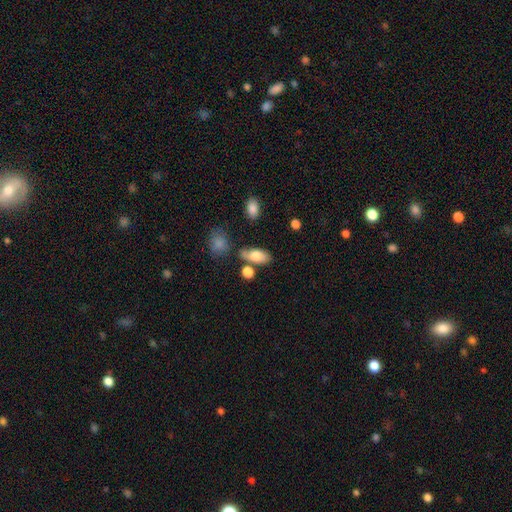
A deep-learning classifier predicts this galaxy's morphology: Smooth or featured: smooth — 78% (featured or disk — 15%)
How rounded: in between — 87% (cigar-shaped — 8%)
Merging: none — 69% (minor disturbance — 16%)